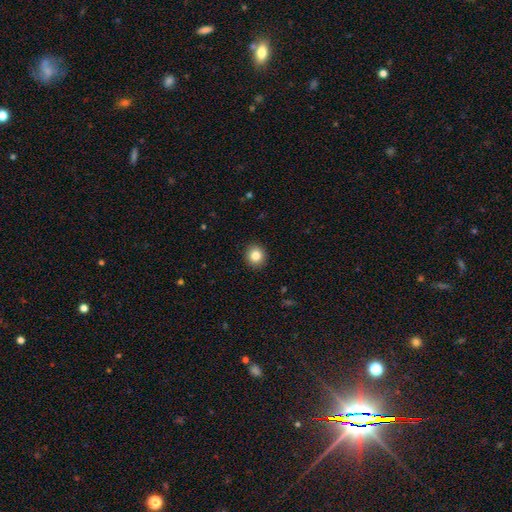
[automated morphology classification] Overall: smooth (84%). How rounded: round (88%). Merging: none (92%).